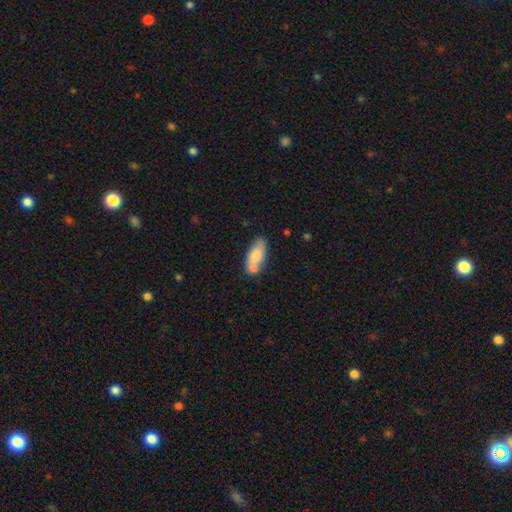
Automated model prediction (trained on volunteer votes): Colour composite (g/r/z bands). It shows a smooth galaxy with no disk features (76%) that is in between round and cigar-shaped (82%). Merging: none (48%).